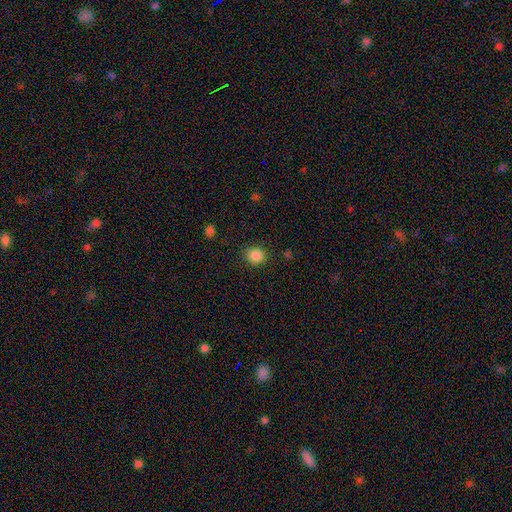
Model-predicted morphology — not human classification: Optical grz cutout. It shows a smooth galaxy with no disk features (86%) that is round (83%). Merging: none (88%).